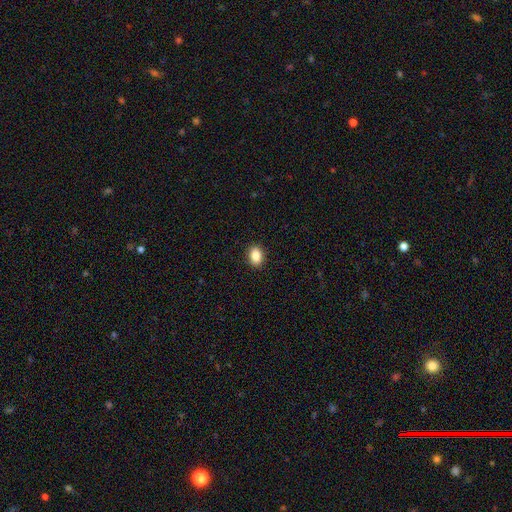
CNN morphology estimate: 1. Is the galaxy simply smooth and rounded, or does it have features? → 87% smooth, 8% star or artifact, 5% featured or disk.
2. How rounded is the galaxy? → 74% in between, 25% round, 1% cigar-shaped.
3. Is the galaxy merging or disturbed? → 91% none, 7% minor disturbance, 2% major disturbance, 1% merger.